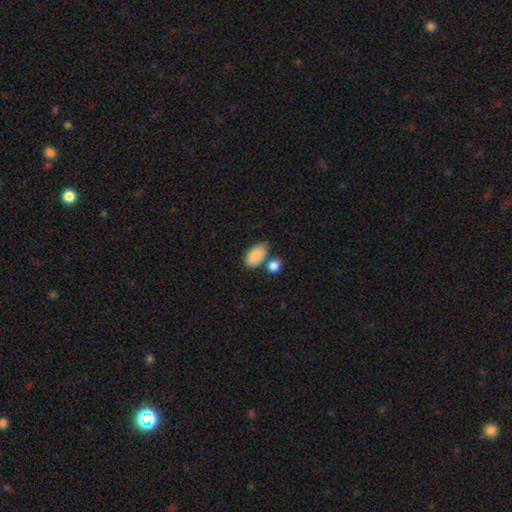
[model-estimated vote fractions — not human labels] This is clearly a smooth galaxy (87%). How rounded: clearly in between (94%). Merging: possibly none (57%).